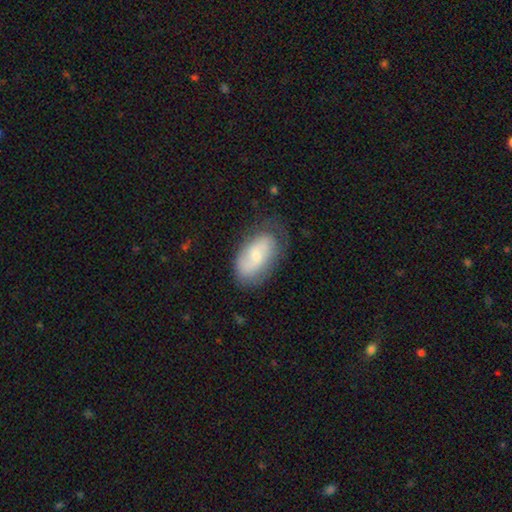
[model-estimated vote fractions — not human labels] Smooth or featured? Predicted: featured or disk (p=0.48). Merging? Predicted: none (p=0.67).